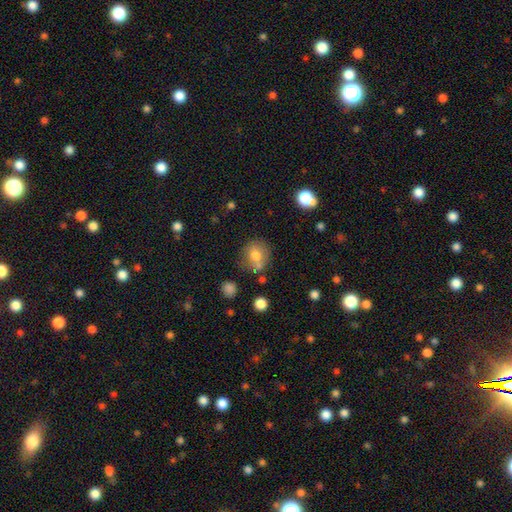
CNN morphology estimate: Overall: smooth (73%). How rounded: round (78%). Merging: none (67%).